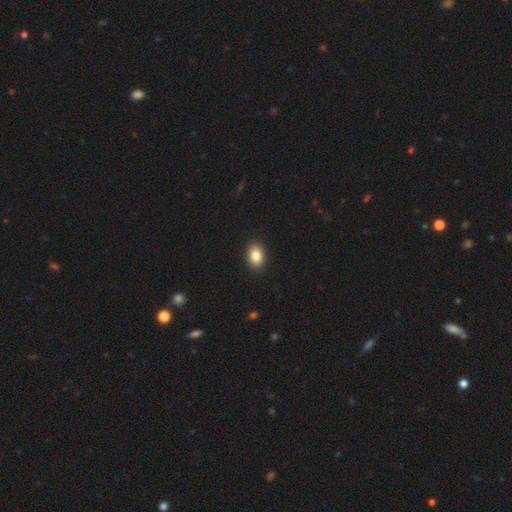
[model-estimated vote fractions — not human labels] Smooth or featured? Predicted: smooth (p=0.85). How rounded? Predicted: in between (p=0.80). Merging? Predicted: none (p=0.91).